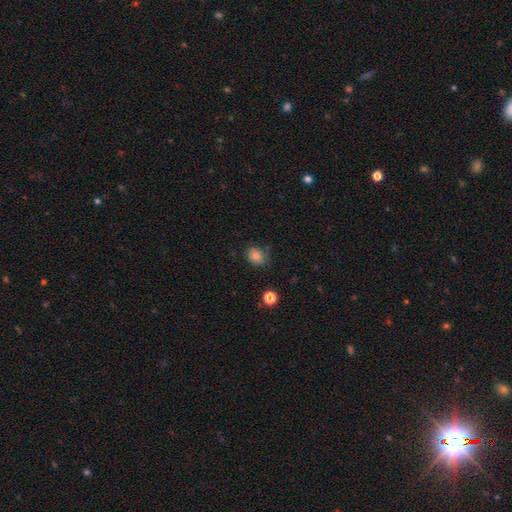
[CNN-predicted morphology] smooth 83%, star or artifact 11%, featured or disk 6%. Down the decision tree: how rounded — round (52%); merging — none (77%).